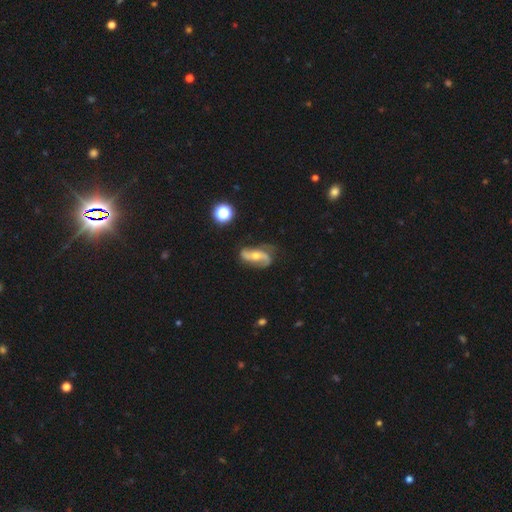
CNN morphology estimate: A featured or disk galaxy (79%) with no bar (49%), 2 (88%) loose (61%) spiral arms (94%) and a moderate central bulge (55%).

Vote fractions:
- Smooth or featured? featured or disk: 79% / smooth: 15% / star or artifact: 7%
- Edge-on disk? no: 94% / yes: 6%
- Bar? no: 49% / weak: 30% / strong: 21%
- Spiral arms? yes: 94% / no: 6%
- Spiral winding? loose: 61% / medium: 29% / tight: 10%
- Spiral arm count? 2: 88% / can't tell: 4% / 1: 4% / 3: 2% / 4: 1% / more than 4: 1%
- Bulge size? moderate: 55% / small: 39% / large: 3% / none: 2% / dominant: 1%
- Merging? none: 64% / minor disturbance: 23% / major disturbance: 11% / merger: 3%